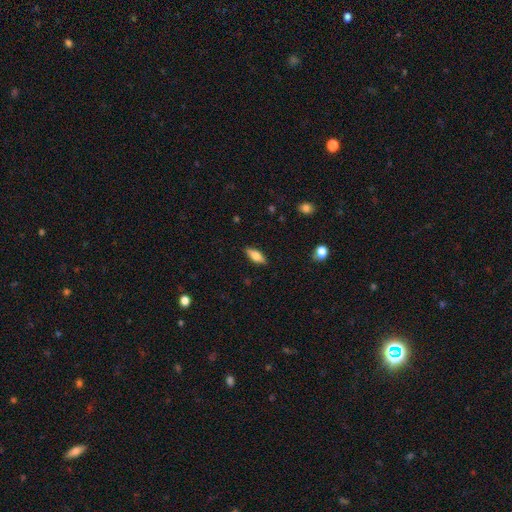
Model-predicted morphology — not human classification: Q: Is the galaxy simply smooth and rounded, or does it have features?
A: smooth — 68%.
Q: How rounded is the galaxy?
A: in between — 67%.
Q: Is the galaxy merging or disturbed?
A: none — 87%.